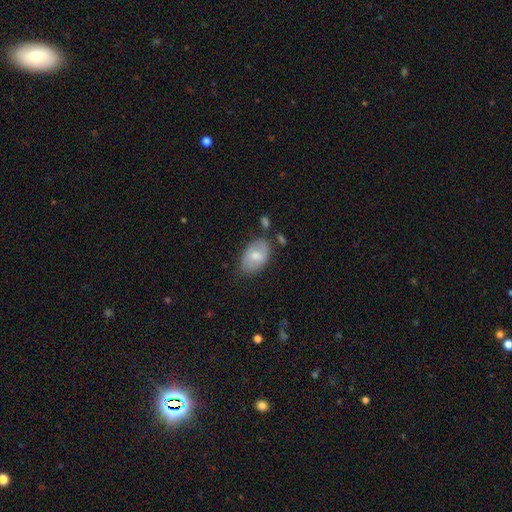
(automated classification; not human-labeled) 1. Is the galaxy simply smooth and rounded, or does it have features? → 66% smooth, 27% featured or disk, 6% star or artifact.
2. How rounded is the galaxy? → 91% in between, 8% round, 1% cigar-shaped.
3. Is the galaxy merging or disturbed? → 67% none, 23% minor disturbance, 5% major disturbance, 5% merger.